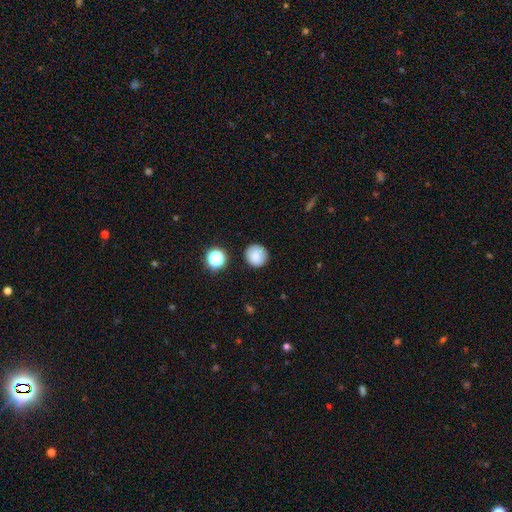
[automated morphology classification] type=smooth (83%); roundness=round (93%); merging=none (88%).